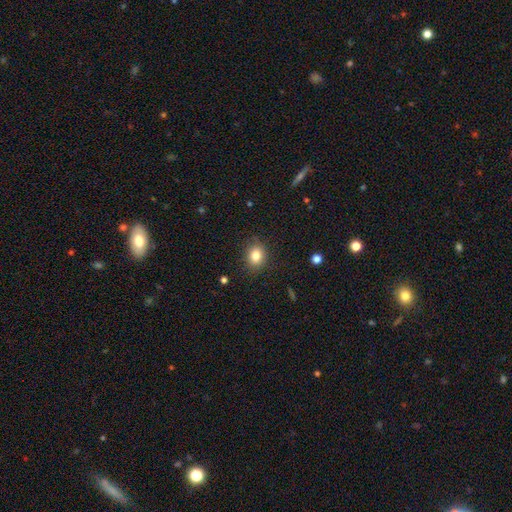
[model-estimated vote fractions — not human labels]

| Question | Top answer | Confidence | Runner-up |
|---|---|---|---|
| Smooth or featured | smooth | 82% | star or artifact (11%) |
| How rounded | round | 58% | in between (41%) |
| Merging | none | 86% | minor disturbance (10%) |